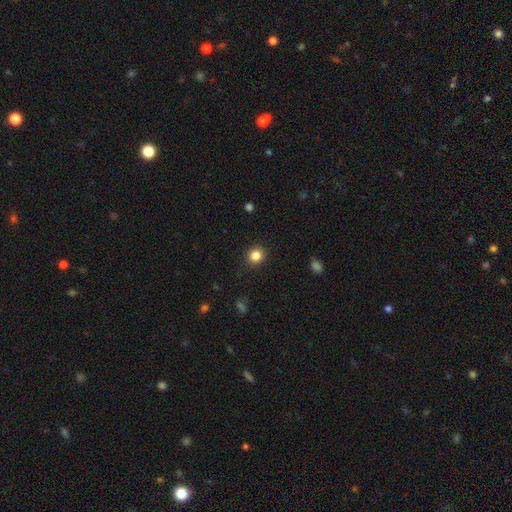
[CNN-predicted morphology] A smooth galaxy with no disk features (84%) that is round (89%).

Vote fractions:
- Smooth or featured? smooth: 84% / star or artifact: 12% / featured or disk: 5%
- How rounded? round: 89% / in between: 10% / cigar-shaped: 1%
- Merging? none: 91% / minor disturbance: 6% / major disturbance: 2% / merger: 1%